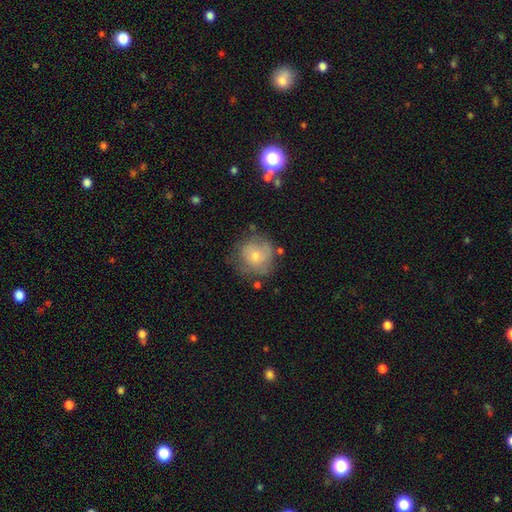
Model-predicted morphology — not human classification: Smooth or featured: smooth — 62% (featured or disk — 30%)
How rounded: round — 87% (in between — 12%)
Merging: none — 58% (minor disturbance — 26%)